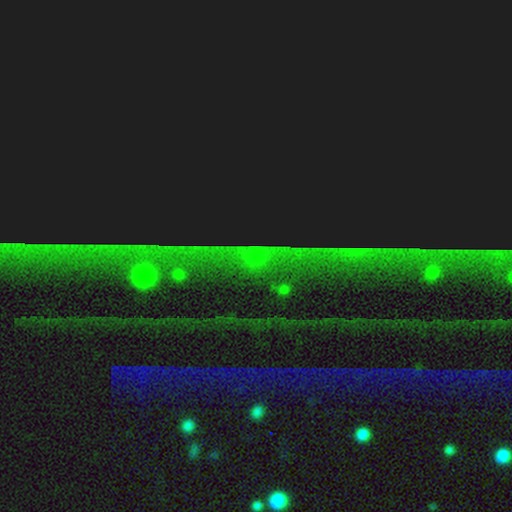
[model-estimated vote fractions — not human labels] star or artifact 76%, featured or disk 13%, smooth 12%.